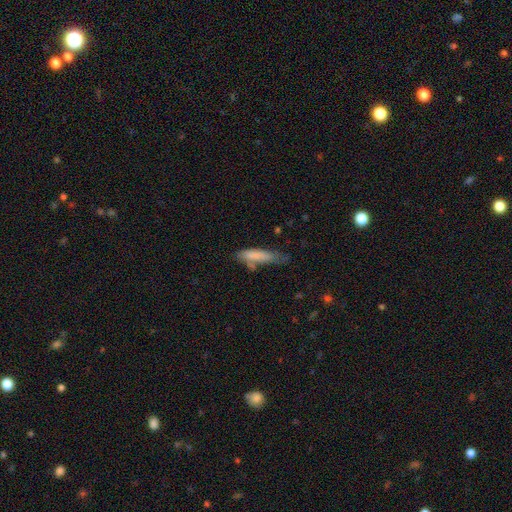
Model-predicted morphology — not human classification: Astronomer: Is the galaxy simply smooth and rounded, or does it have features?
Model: smooth — 78%.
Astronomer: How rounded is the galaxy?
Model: cigar-shaped — 75%.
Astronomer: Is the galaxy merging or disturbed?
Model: none — 47% (runner-up: minor disturbance, 31%).